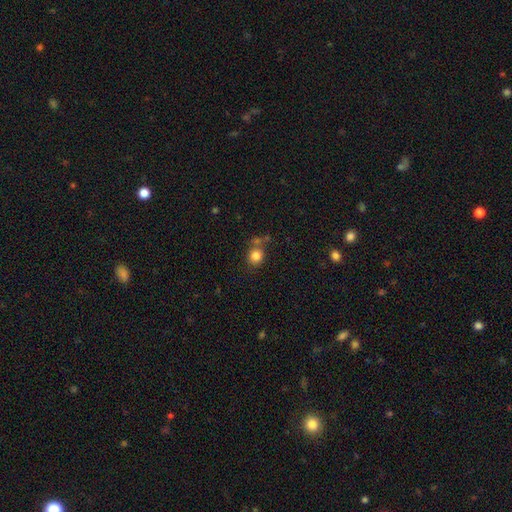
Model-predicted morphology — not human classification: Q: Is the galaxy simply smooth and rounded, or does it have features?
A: smooth — 83%.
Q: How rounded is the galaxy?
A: round — 80%.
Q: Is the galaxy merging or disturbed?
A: none — 63%.